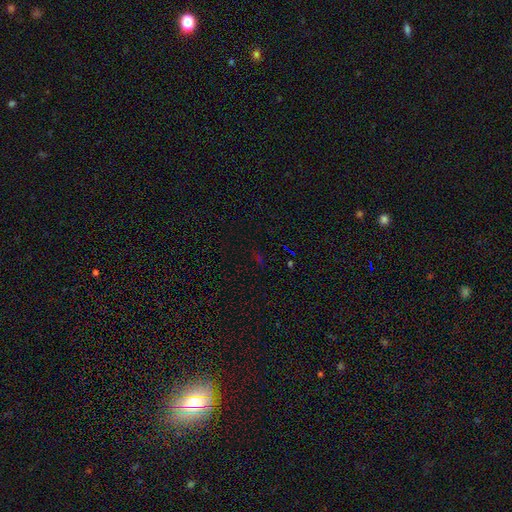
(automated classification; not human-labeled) A star or artifact, not a galaxy (67%).